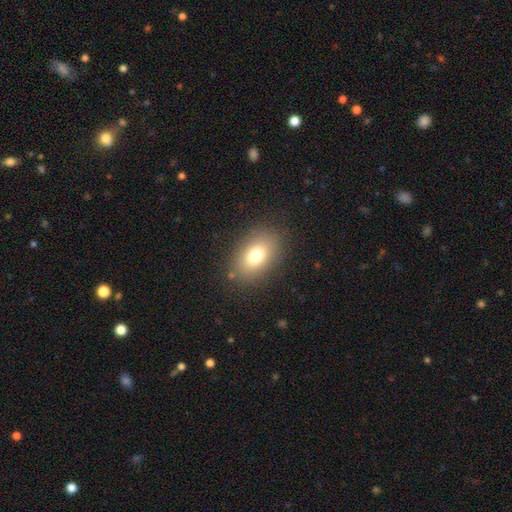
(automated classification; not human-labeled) Overall: smooth (76%). How rounded: in between (83%). Merging: none (84%).